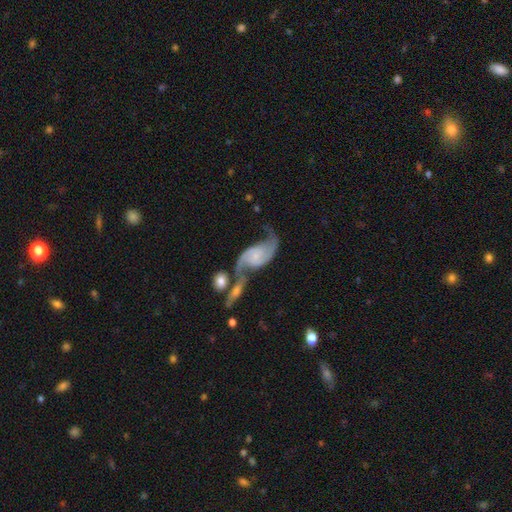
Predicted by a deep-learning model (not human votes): This appears to be a featured or disk galaxy (87%) with no bar (60%), 2 (93%) loose (68%) spiral arms (96%) and a small central bulge (60%). Merging: none (37%).